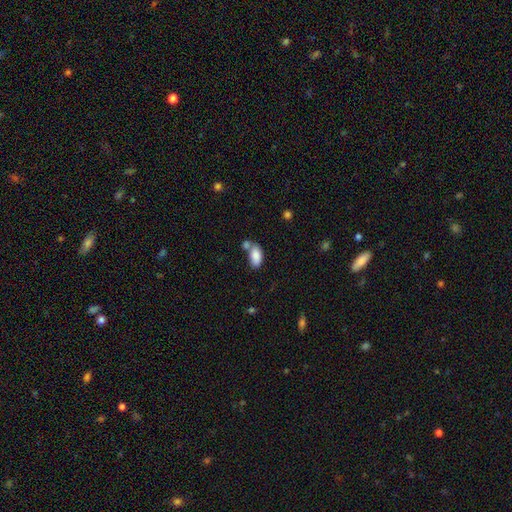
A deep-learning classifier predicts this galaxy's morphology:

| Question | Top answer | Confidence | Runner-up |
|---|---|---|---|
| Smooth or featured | smooth | 85% | featured or disk (7%) |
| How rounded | in between | 93% | round (3%) |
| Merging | none | 47% | merger (33%) |